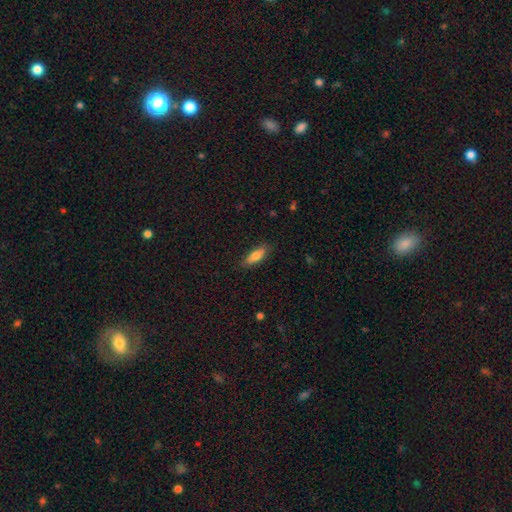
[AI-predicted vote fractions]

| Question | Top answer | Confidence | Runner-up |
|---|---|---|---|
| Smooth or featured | smooth | 76% | featured or disk (17%) |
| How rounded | in between | 66% | cigar-shaped (32%) |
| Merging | none | 83% | minor disturbance (14%) |